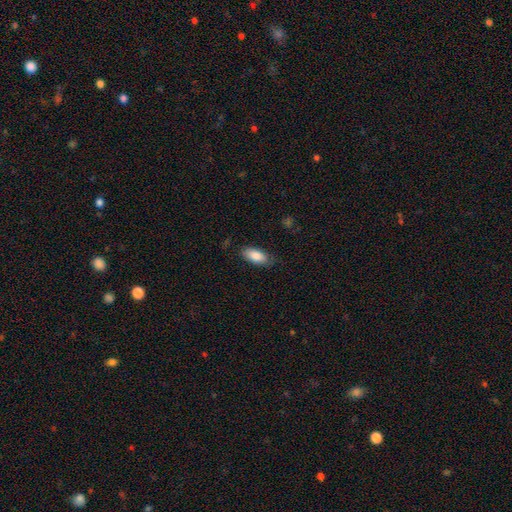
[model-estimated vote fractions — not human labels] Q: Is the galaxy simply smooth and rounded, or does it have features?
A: smooth — 86%.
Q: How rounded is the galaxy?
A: in between — 88%.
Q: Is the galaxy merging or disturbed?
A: none — 78%.